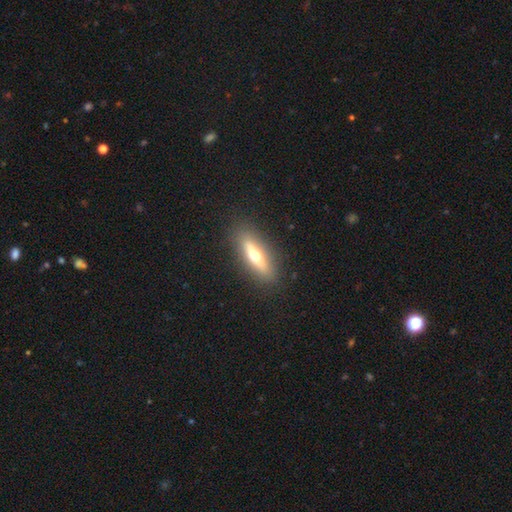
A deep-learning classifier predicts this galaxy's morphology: smooth-or-featured: smooth: 48% | featured or disk: 45% | star or artifact: 7%
  merging: none: 87% | minor disturbance: 9% | major disturbance: 3% | merger: 1%